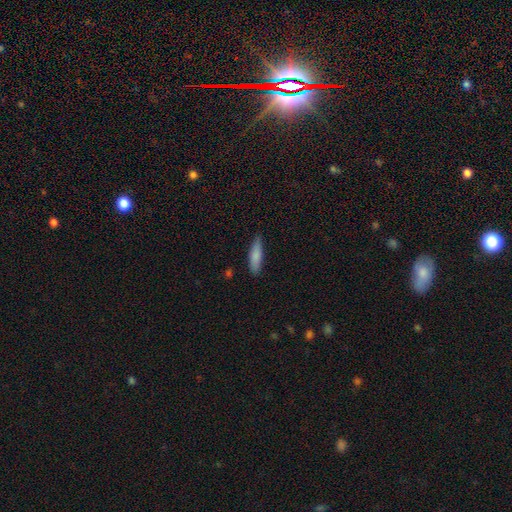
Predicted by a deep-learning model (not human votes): Smooth or featured? smooth (83%)
How rounded? cigar-shaped (65%)
Merging? none (82%)